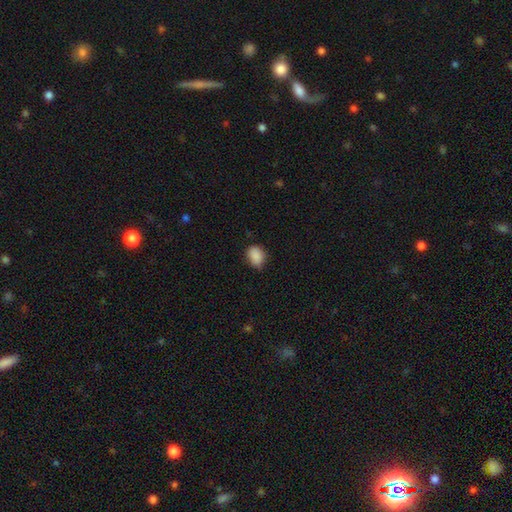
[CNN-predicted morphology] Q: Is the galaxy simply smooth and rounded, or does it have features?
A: smooth — 88%.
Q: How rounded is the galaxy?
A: in between — 64%.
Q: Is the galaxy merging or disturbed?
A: none — 73%.